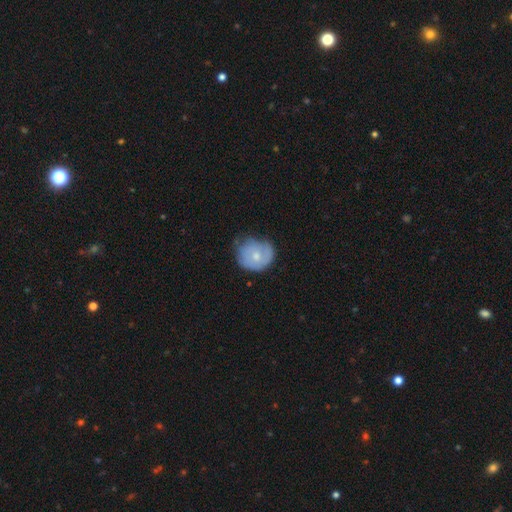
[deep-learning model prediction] A smooth galaxy with no disk features (60%) that is round (71%).

Vote fractions:
- Smooth or featured? smooth: 60% / featured or disk: 34% / star or artifact: 7%
- How rounded? round: 71% / in between: 28% / cigar-shaped: 1%
- Merging? none: 48% / minor disturbance: 38% / major disturbance: 11% / merger: 2%